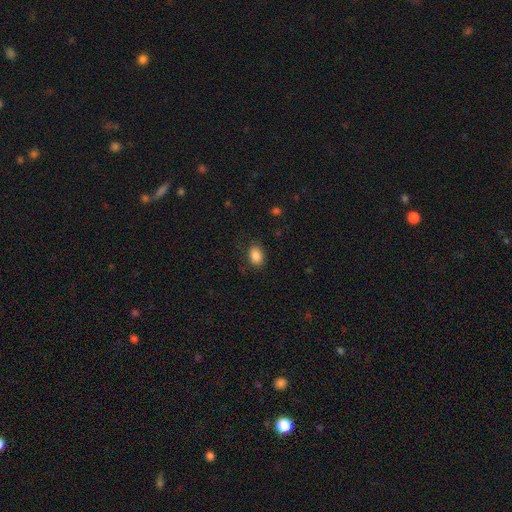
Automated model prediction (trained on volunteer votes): Q: Smooth or featured?
A: smooth (86%); runner-up: star or artifact (9%)
Q: How rounded?
A: in between (75%); runner-up: round (24%)
Q: Merging?
A: none (83%); runner-up: minor disturbance (12%)